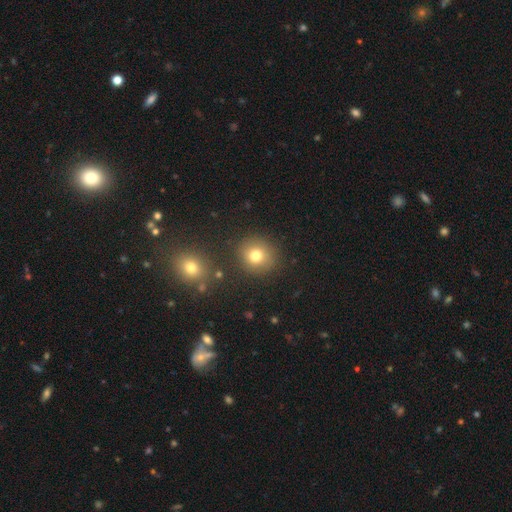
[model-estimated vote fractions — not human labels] Smooth or featured? smooth (76%)
How rounded? round (88%)
Merging? none (85%)